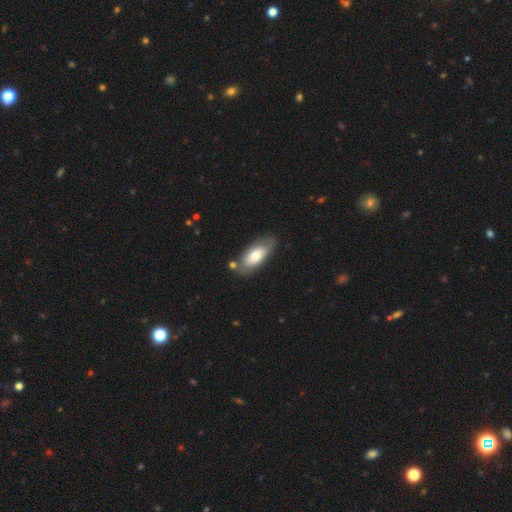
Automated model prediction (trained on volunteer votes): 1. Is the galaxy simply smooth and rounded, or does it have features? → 67% smooth, 27% featured or disk, 6% star or artifact.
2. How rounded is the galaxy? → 84% in between, 14% cigar-shaped, 3% round.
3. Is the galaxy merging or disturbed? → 73% none, 15% minor disturbance, 7% merger, 4% major disturbance.